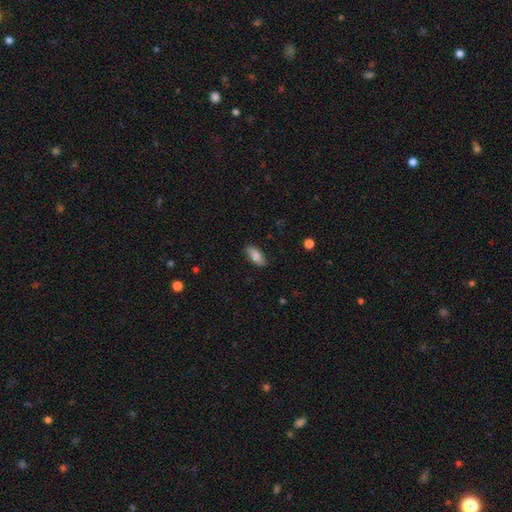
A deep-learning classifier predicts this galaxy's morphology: A smooth galaxy with no disk features (79%) that is in between round and cigar-shaped (86%). Merging: none (85%).